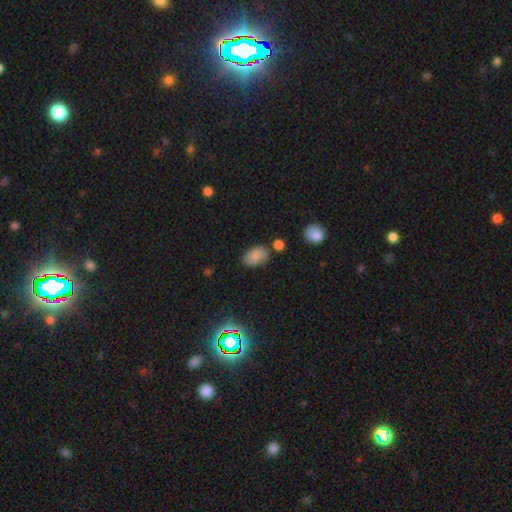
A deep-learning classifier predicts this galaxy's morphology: This is likely a smooth galaxy (75%). How rounded: clearly in between (87%). Merging: likely none (68%).